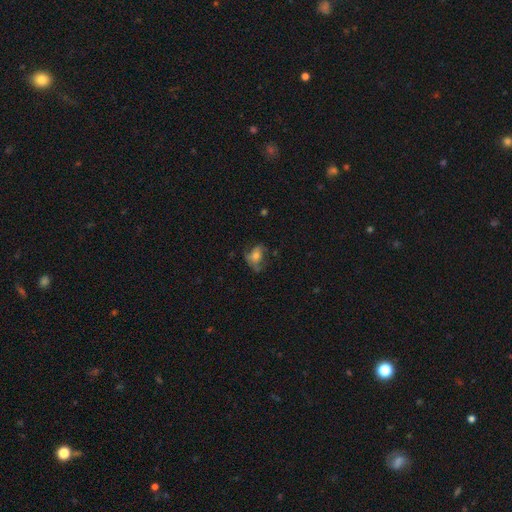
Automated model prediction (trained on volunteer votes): smooth-or-featured: smooth: 50% | featured or disk: 40% | star or artifact: 11%
  merging: none: 47% | minor disturbance: 28% | major disturbance: 23% | merger: 2%